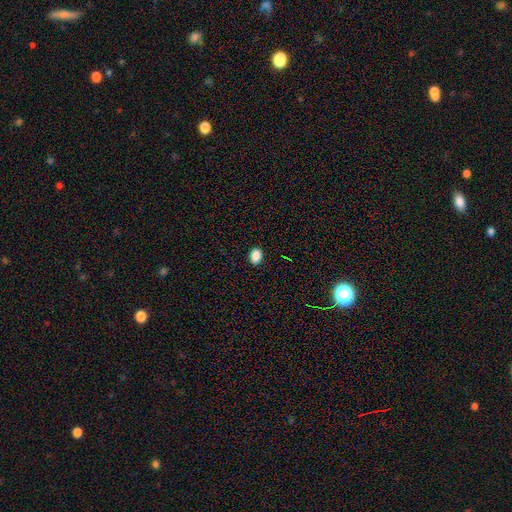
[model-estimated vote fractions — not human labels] Q: Smooth or featured?
A: smooth (88%); runner-up: star or artifact (9%)
Q: How rounded?
A: in between (77%); runner-up: round (22%)
Q: Merging?
A: none (90%); runner-up: minor disturbance (8%)